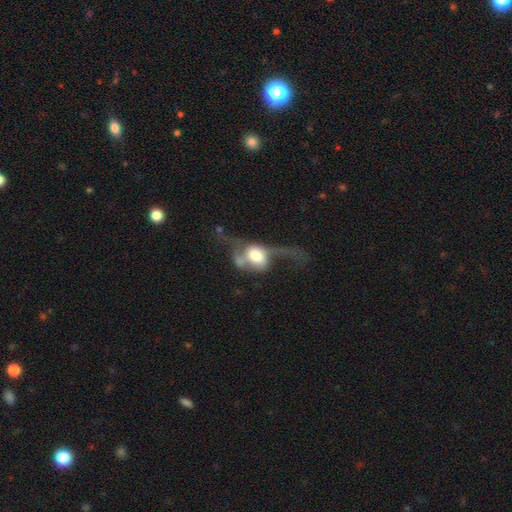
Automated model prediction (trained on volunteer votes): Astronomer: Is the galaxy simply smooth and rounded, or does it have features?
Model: featured or disk — 55% (runner-up: smooth, 38%).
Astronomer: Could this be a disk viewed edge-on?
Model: no — 87%.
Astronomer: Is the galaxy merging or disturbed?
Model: major disturbance — 51%.